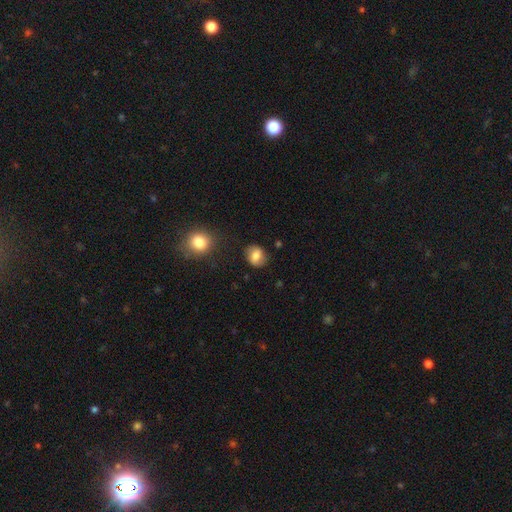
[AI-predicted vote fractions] A smooth galaxy with no disk features (75%) that is round (62%).

Vote fractions:
- Smooth or featured? smooth: 75% / featured or disk: 16% / star or artifact: 9%
- How rounded? round: 62% / in between: 37% / cigar-shaped: 1%
- Merging? none: 81% / minor disturbance: 13% / major disturbance: 4% / merger: 3%